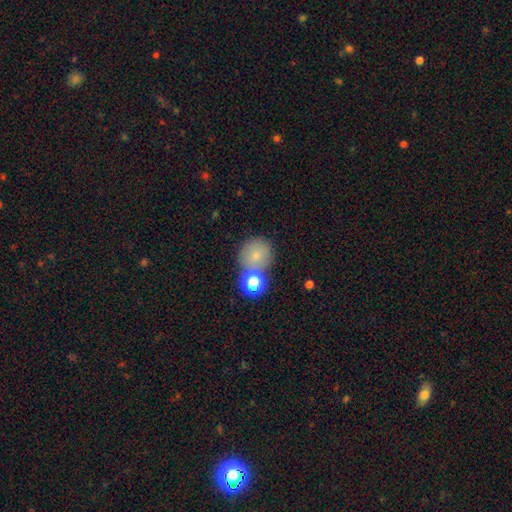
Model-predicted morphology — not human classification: This appears to be a smooth galaxy with no disk features (75%) that is round (85%). Merging: none (60%).